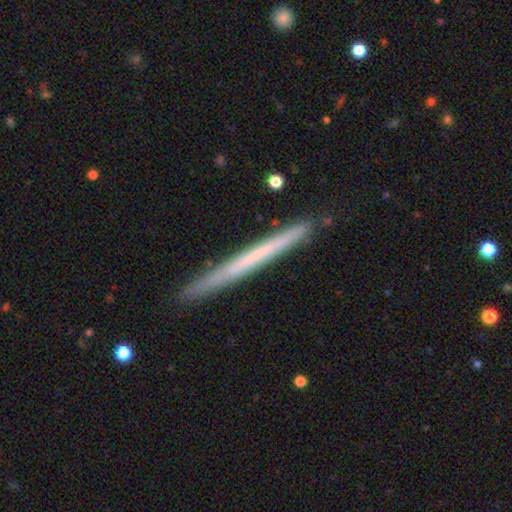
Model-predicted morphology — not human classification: smooth-or-featured: featured or disk: 49% | smooth: 45% | star or artifact: 6%
  merging: none: 88% | minor disturbance: 9% | major disturbance: 1% | merger: 1%